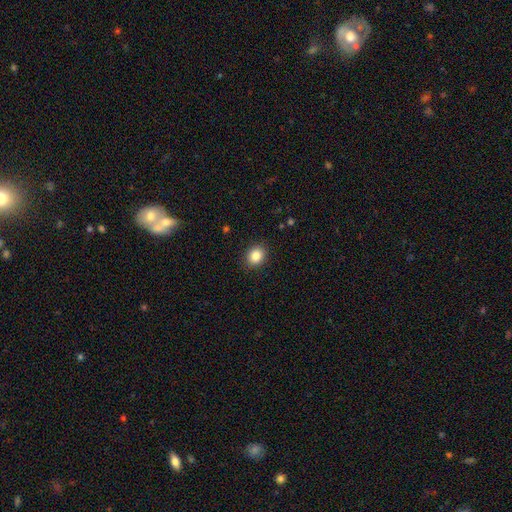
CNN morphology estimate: A smooth galaxy with no disk features (86%) that is round (61%). Merging: none (89%).